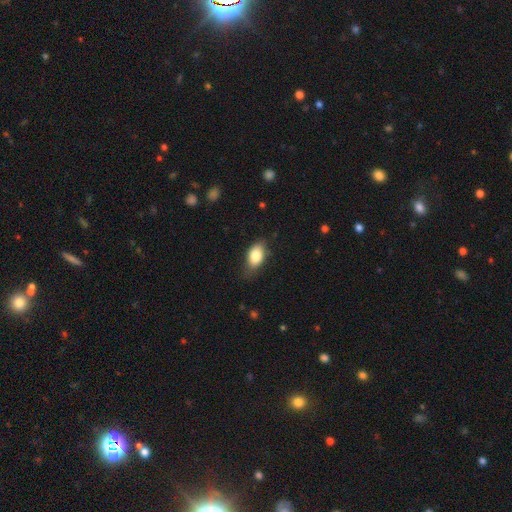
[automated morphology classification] Overall: smooth (83%). How rounded: in between (89%). Merging: none (72%).